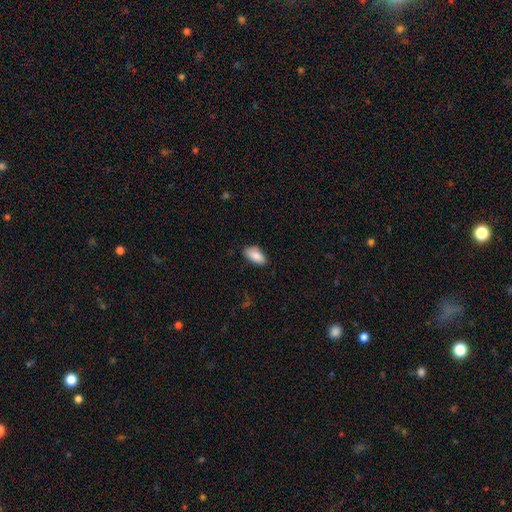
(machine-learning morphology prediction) A smooth galaxy with no disk features (88%) that is in between round and cigar-shaped (93%).

Vote fractions:
- Smooth or featured? smooth: 88% / star or artifact: 6% / featured or disk: 6%
- How rounded? in between: 93% / cigar-shaped: 5% / round: 3%
- Merging? none: 81% / minor disturbance: 16% / major disturbance: 2% / merger: 1%